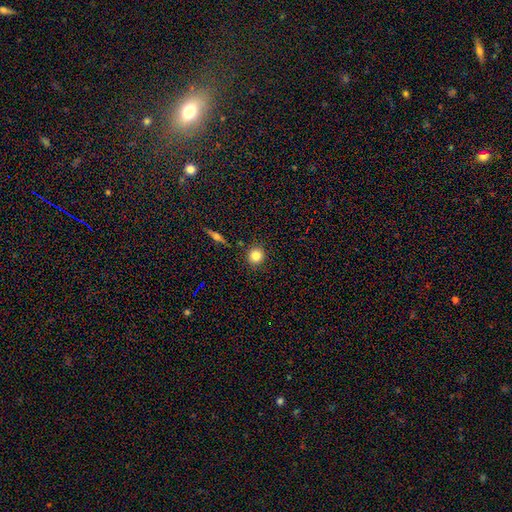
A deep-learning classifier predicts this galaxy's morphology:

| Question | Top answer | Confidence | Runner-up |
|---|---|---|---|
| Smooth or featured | smooth | 82% | star or artifact (10%) |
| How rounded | round | 91% | in between (8%) |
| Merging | none | 86% | minor disturbance (8%) |